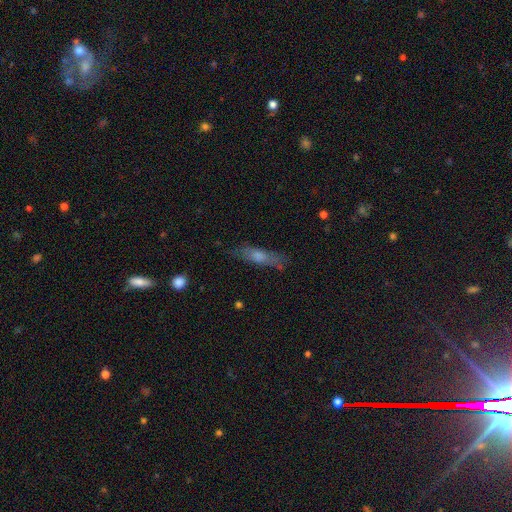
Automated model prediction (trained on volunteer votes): This appears to be a featured or disk galaxy (46%). Merging: none (78%).